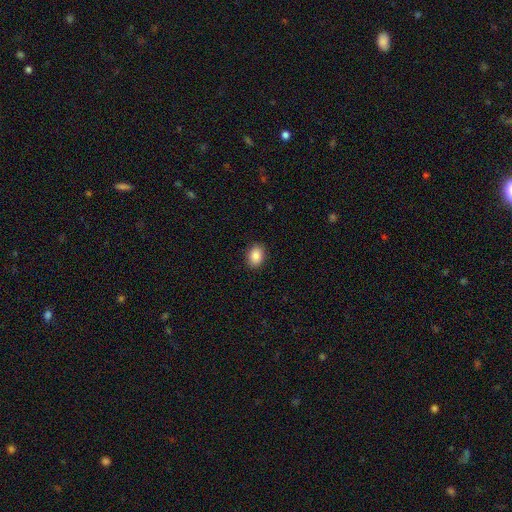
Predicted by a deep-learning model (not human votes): smooth_or_featured: smooth (p=0.87) [alt: star or artifact p=0.08]
how_rounded: in between (p=0.70) [alt: round p=0.29]
merging: none (p=0.89) [alt: minor disturbance p=0.08]